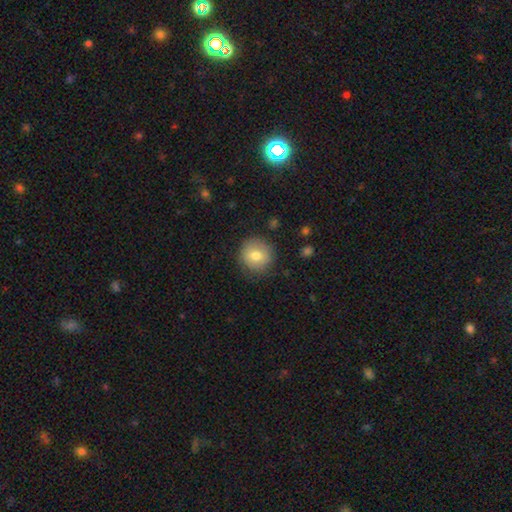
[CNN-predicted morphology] The model was most divided on "smooth or featured": smooth: 77%, featured or disk: 14%, star or artifact: 9%. More confident: how rounded — round (91%); merging — none (83%).